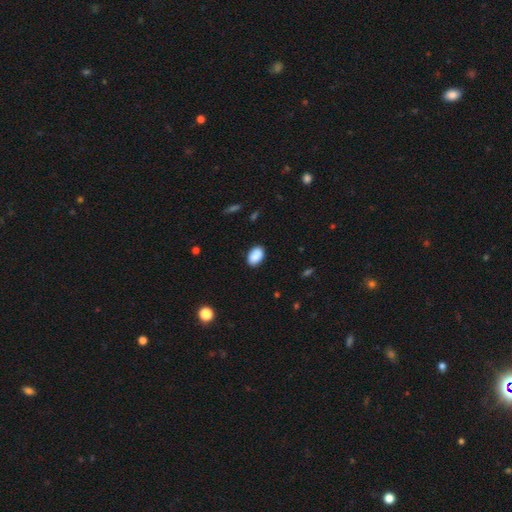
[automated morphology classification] Smooth or featured?
  - smooth: 89% *
  - star or artifact: 7%
  - featured or disk: 4%
How rounded?
  - in between: 89% *
  - round: 10%
  - cigar-shaped: 1%
Merging?
  - none: 87% *
  - minor disturbance: 10%
  - major disturbance: 2%
  - merger: 1%